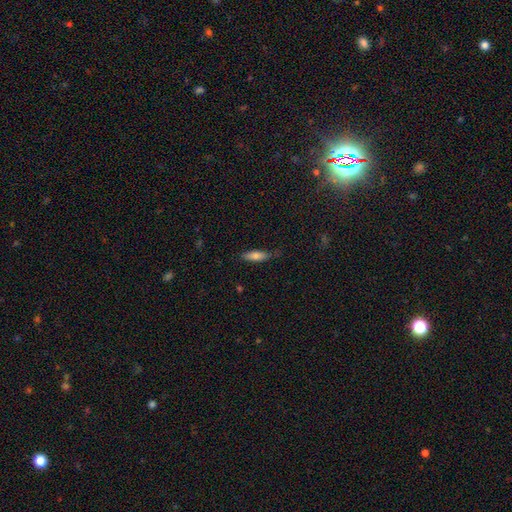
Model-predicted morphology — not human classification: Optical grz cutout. It shows a smooth galaxy with no disk features (76%) that is cigar-shaped (52%). Merging: none (72%).